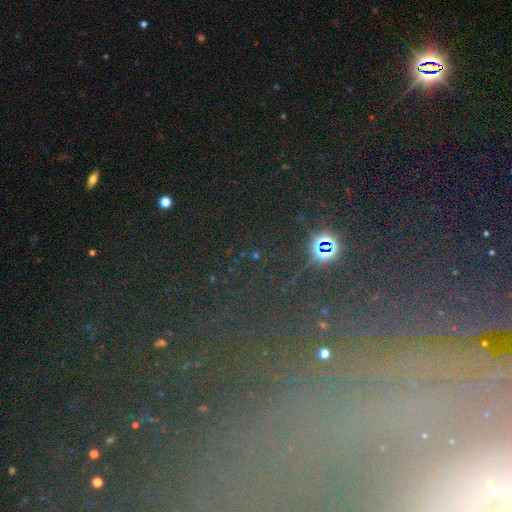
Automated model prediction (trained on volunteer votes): Smooth or featured? star or artifact (80%)